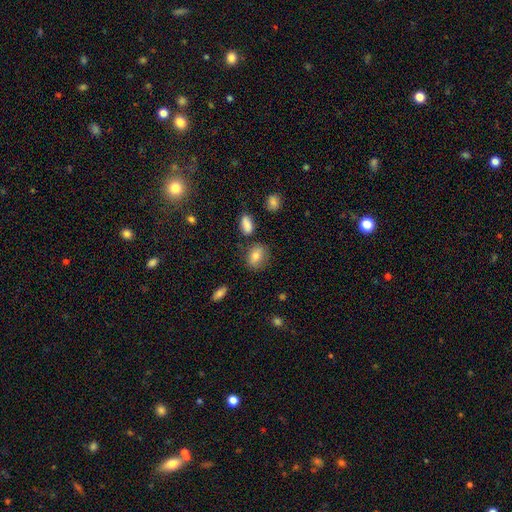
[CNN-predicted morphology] smooth 77%, featured or disk 13%, star or artifact 9%. Down the decision tree: how rounded — in between (66%); merging — none (75%).